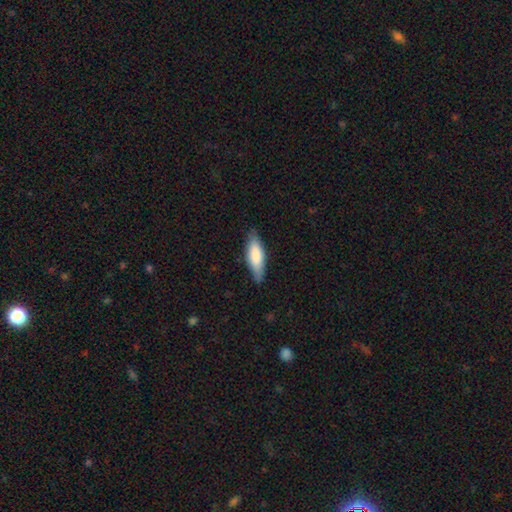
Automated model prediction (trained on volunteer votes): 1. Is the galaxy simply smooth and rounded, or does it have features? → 75% smooth, 20% featured or disk, 5% star or artifact.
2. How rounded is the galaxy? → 53% in between, 45% cigar-shaped, 2% round.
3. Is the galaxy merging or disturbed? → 81% none, 15% minor disturbance, 3% major disturbance, 1% merger.